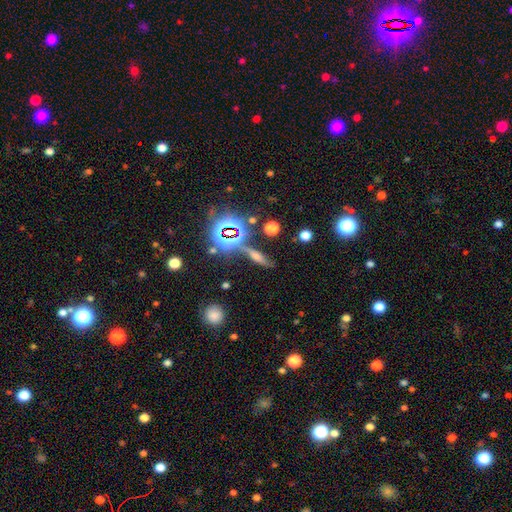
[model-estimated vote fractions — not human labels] Smooth or featured? smooth (37%)
Merging? none (69%)